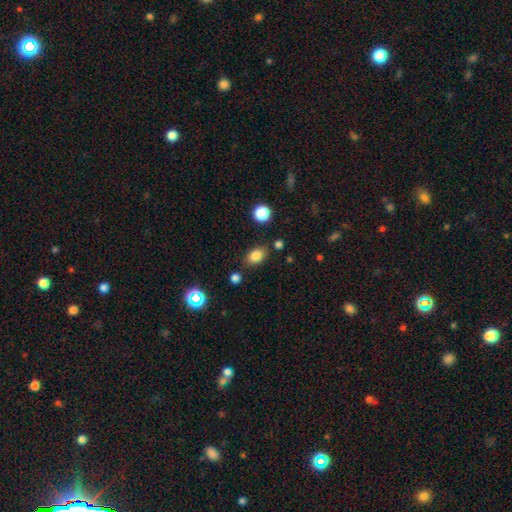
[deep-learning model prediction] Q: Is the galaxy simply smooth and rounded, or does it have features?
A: smooth — 83%.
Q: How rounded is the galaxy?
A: in between — 78%.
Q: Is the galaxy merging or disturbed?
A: none — 80%.